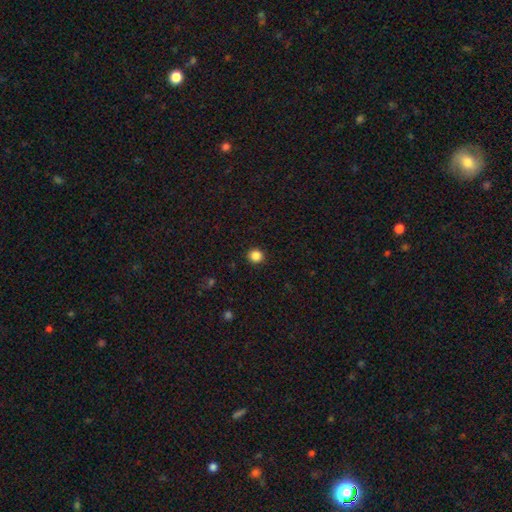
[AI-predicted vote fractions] Q: Smooth or featured?
A: smooth (86%); runner-up: star or artifact (11%)
Q: How rounded?
A: round (92%); runner-up: in between (7%)
Q: Merging?
A: none (93%); runner-up: minor disturbance (5%)